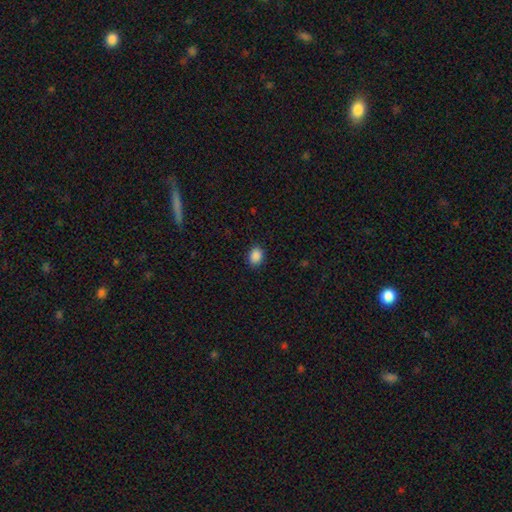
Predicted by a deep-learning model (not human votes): Smooth or featured: smooth — 88% (star or artifact — 9%)
How rounded: in between — 63% (round — 36%)
Merging: none — 87% (minor disturbance — 9%)